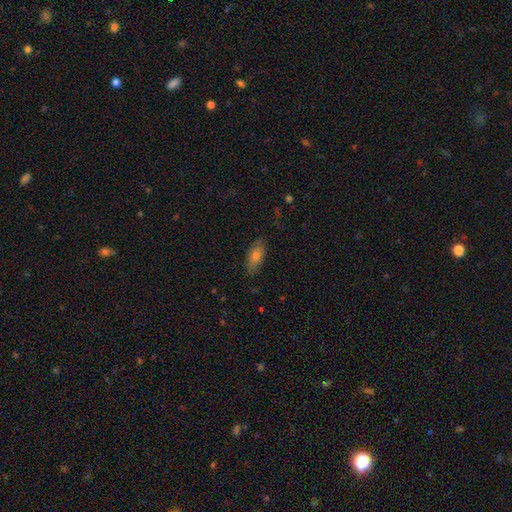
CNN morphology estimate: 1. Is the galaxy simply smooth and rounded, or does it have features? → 64% smooth, 26% featured or disk, 10% star or artifact.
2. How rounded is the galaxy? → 77% in between, 19% cigar-shaped, 4% round.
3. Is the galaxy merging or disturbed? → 81% none, 15% minor disturbance, 3% major disturbance, 1% merger.